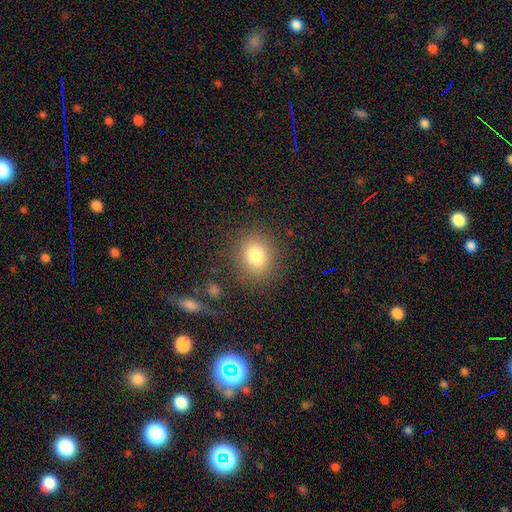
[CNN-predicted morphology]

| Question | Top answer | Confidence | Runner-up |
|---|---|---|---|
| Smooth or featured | smooth | 80% | star or artifact (12%) |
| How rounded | round | 73% | in between (26%) |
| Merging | none | 85% | minor disturbance (9%) |